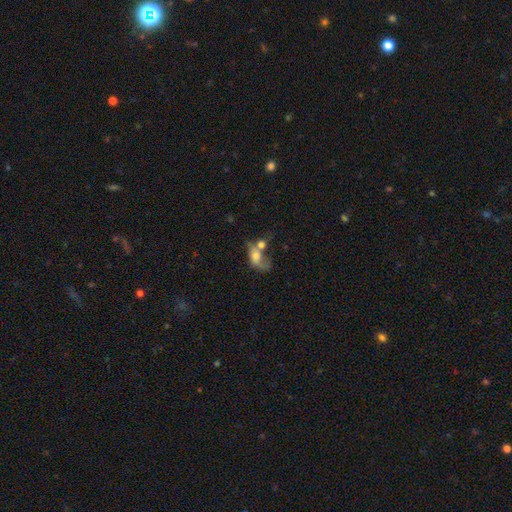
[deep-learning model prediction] smooth_or_featured: smooth (p=0.49) [alt: featured or disk p=0.41]
merging: merger (p=0.52) [alt: major disturbance p=0.25]